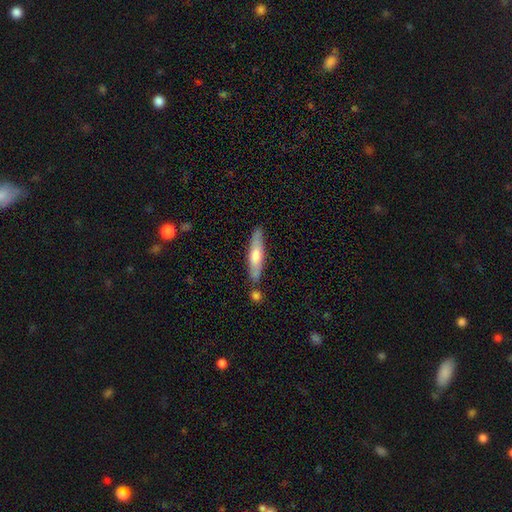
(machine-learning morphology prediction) Smooth or featured? smooth (52%)
How rounded? cigar-shaped (83%)
Merging? none (78%)